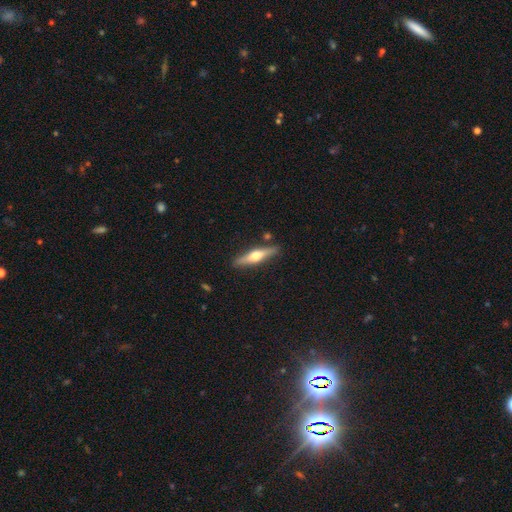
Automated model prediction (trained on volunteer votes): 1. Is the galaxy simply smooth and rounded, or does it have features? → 56% featured or disk, 39% smooth, 5% star or artifact.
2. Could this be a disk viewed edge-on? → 95% yes, 5% no.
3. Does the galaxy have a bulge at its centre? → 92% rounded, 4% boxy, 4% none.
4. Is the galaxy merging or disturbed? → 86% none, 9% minor disturbance, 3% merger, 2% major disturbance.